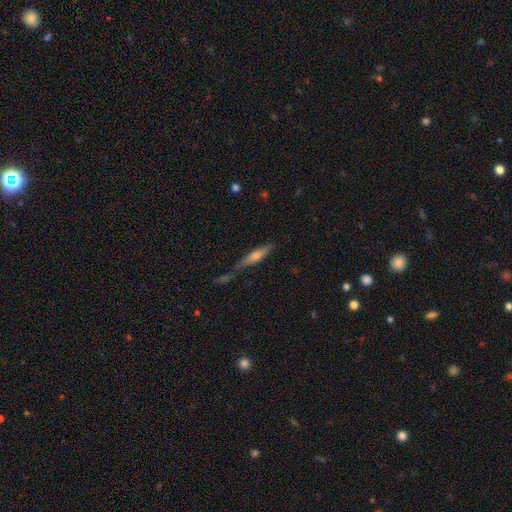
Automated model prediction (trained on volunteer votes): A smooth galaxy with no disk features (46%).

Vote fractions:
- Smooth or featured? smooth: 46% / featured or disk: 45% / star or artifact: 9%
- Merging? none: 58% / minor disturbance: 18% / merger: 17% / major disturbance: 7%